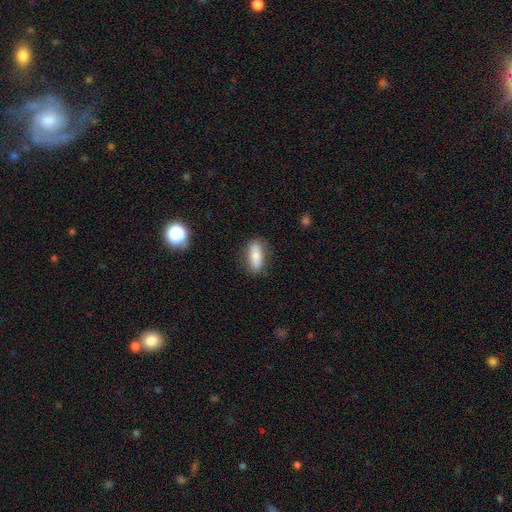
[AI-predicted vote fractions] A smooth galaxy with no disk features (77%) that is in between round and cigar-shaped (70%).

Vote fractions:
- Smooth or featured? smooth: 77% / featured or disk: 16% / star or artifact: 7%
- How rounded? in between: 70% / cigar-shaped: 27% / round: 3%
- Merging? none: 82% / minor disturbance: 13% / major disturbance: 3% / merger: 2%